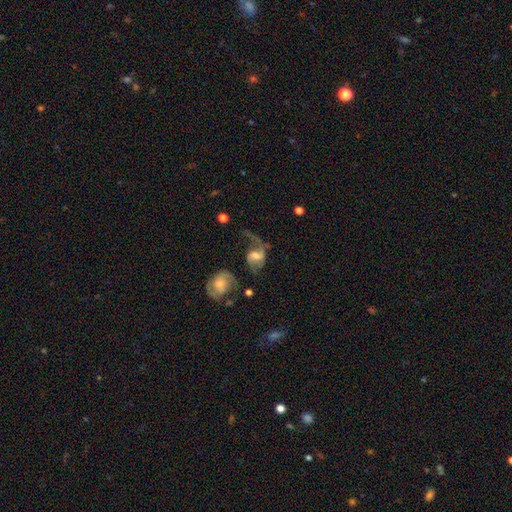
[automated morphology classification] A featured or disk galaxy (77%) with a weak bar (52%), 2 (78%) loose (65%) spiral arms (91%) and a moderate central bulge (48%).

Vote fractions:
- Smooth or featured? featured or disk: 77% / smooth: 15% / star or artifact: 8%
- Edge-on disk? no: 97% / yes: 3%
- Bar? weak: 52% / no: 25% / strong: 24%
- Spiral arms? yes: 91% / no: 9%
- Spiral winding? loose: 65% / medium: 28% / tight: 6%
- Spiral arm count? 2: 78% / 1: 15% / can't tell: 4% / 3: 1% / 4: 1% / more than 4: 1%
- Bulge size? moderate: 48% / small: 31% / large: 11% / none: 8% / dominant: 2%
- Merging? none: 41% / major disturbance: 32% / minor disturbance: 18% / merger: 9%